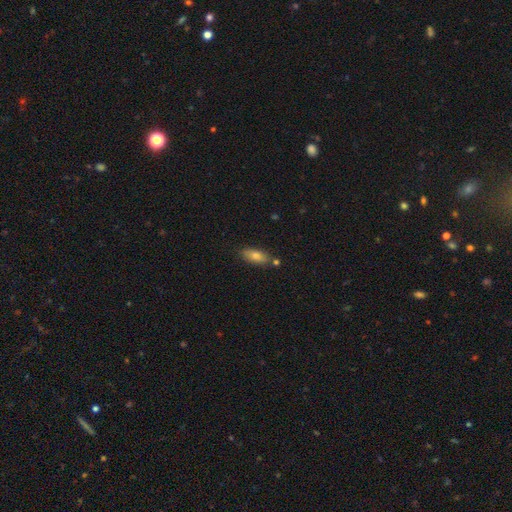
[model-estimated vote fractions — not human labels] A smooth galaxy with no disk features (75%) that is in between round and cigar-shaped (76%).

Vote fractions:
- Smooth or featured? smooth: 75% / featured or disk: 16% / star or artifact: 9%
- How rounded? in between: 76% / cigar-shaped: 20% / round: 3%
- Merging? none: 78% / minor disturbance: 13% / merger: 7% / major disturbance: 3%